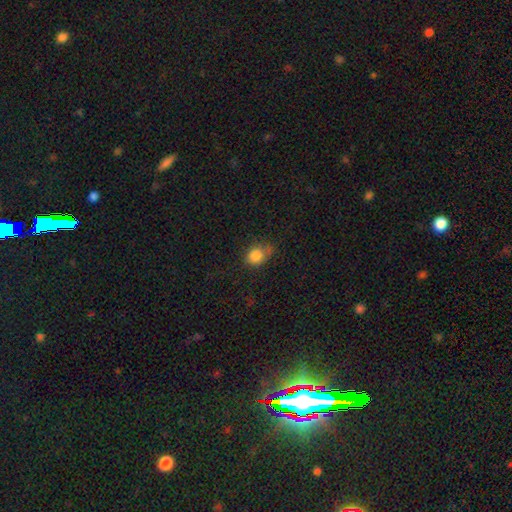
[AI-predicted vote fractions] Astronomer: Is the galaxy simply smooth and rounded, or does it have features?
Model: smooth — 84%.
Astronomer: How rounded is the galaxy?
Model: round — 63%.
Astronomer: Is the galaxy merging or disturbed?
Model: none — 56%.